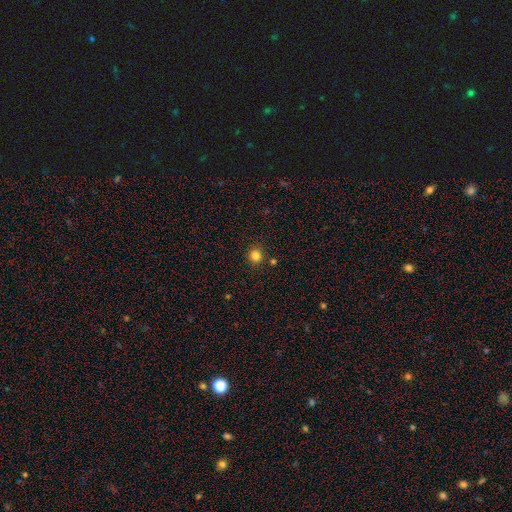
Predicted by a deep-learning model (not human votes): The model was most divided on "smooth or featured": smooth: 82%, star or artifact: 13%, featured or disk: 4%. More confident: how rounded — round (91%); merging — none (87%).